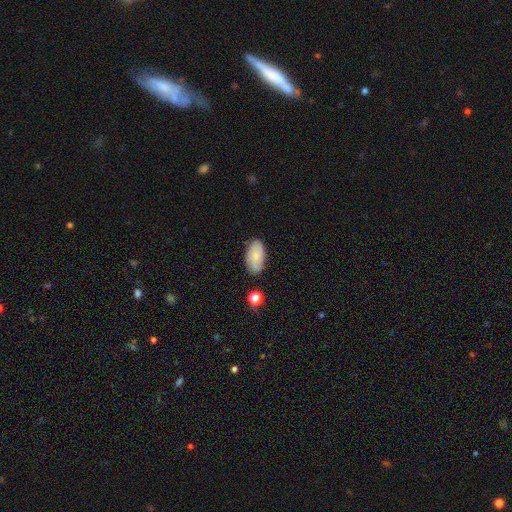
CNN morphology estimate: This appears to be a smooth galaxy with no disk features (76%) that is in between round and cigar-shaped (94%). Merging: none (78%).